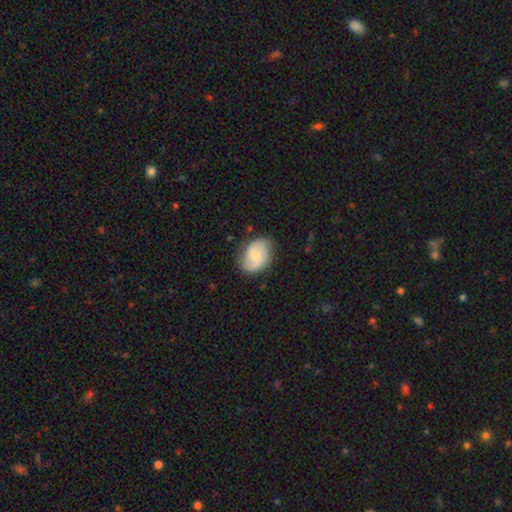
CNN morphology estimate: This appears to be a featured or disk galaxy (60%) with no bar (56%), 2 (85%) medium (45%) spiral arms (91%) and a small central bulge (57%). Merging: none (75%).